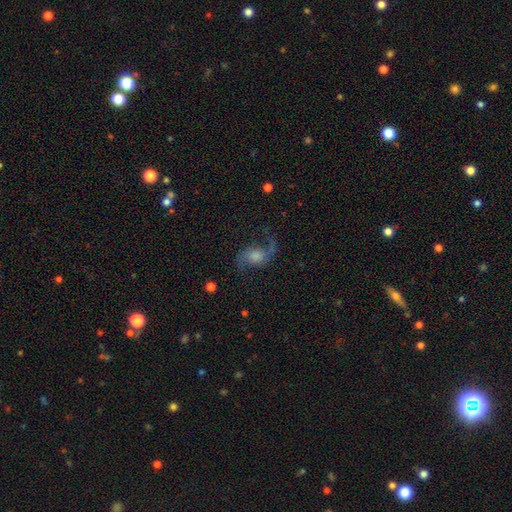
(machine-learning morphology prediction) A featured or disk galaxy (79%) with no bar (60%), 2 (92%) loose (74%) spiral arms (95%) and a moderate central bulge (34%). Merging: none (70%).